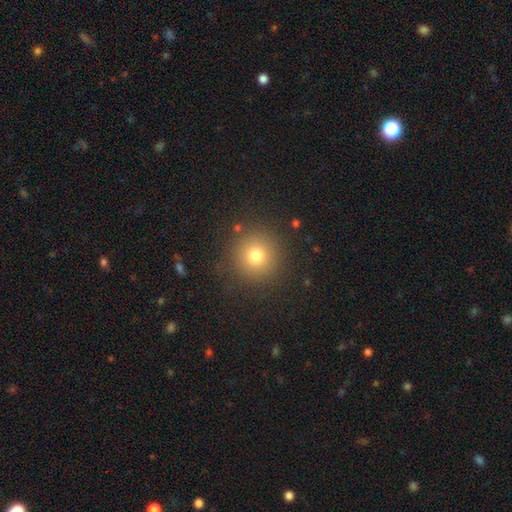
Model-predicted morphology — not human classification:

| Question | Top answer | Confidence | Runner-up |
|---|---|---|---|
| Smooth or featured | smooth | 75% | star or artifact (16%) |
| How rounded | round | 95% | in between (4%) |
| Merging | none | 90% | minor disturbance (6%) |